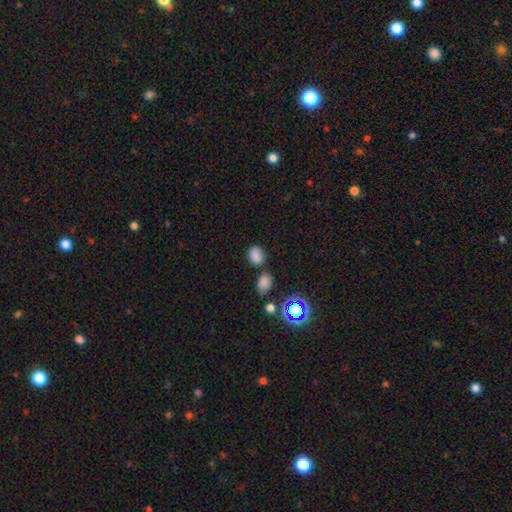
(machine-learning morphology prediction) A smooth galaxy with no disk features (77%) that is in between round and cigar-shaped (64%). Merging: none (67%).